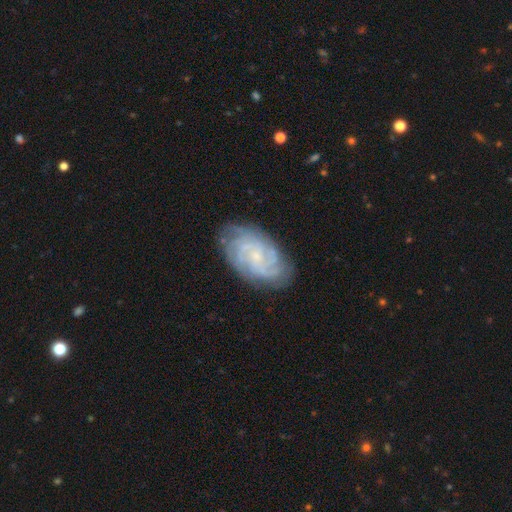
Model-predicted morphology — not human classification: Smooth or featured: featured or disk — 80% (smooth — 12%)
Edge-on disk: no — 96% (yes — 4%)
Bar: no — 67% (weak — 28%)
Spiral arms: yes — 96% (no — 4%)
Spiral winding: tight — 69% (medium — 25%)
Spiral arm count: can't tell — 32% (4 — 24%)
Bulge size: small — 77% (moderate — 15%)
Merging: none — 79% (minor disturbance — 15%)